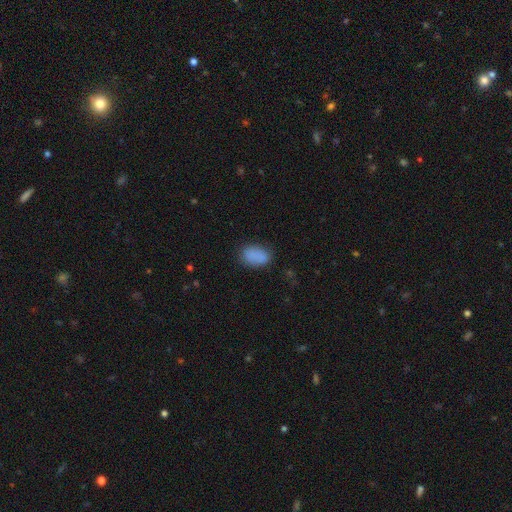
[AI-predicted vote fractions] Smooth or featured? Predicted: smooth (p=0.87). How rounded? Predicted: in between (p=0.90). Merging? Predicted: none (p=0.77).